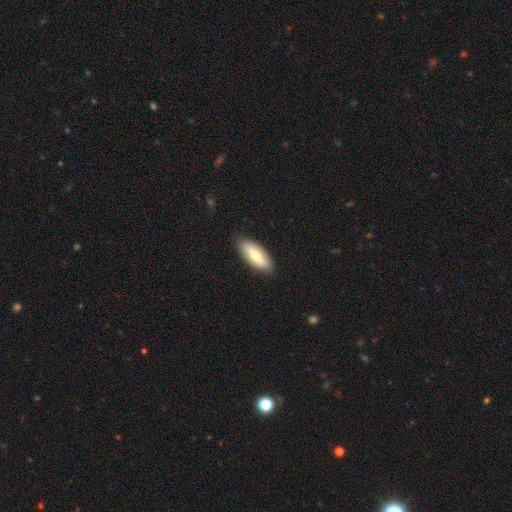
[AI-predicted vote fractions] This is likely a smooth galaxy (66%). How rounded: clearly in between (80%). Merging: clearly none (85%).